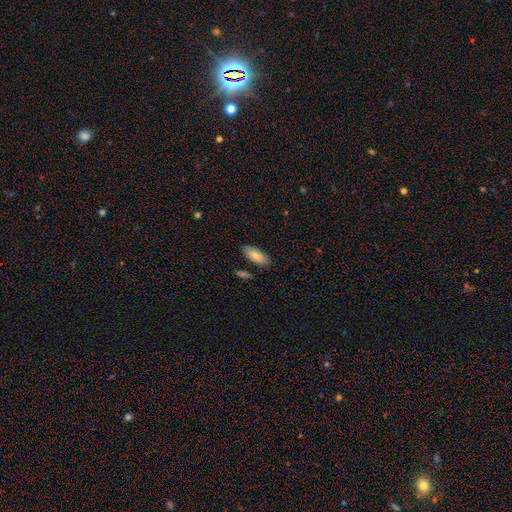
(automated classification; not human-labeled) smooth 81%, featured or disk 12%, star or artifact 6%. Down the decision tree: how rounded — in between (89%); merging — none (82%).